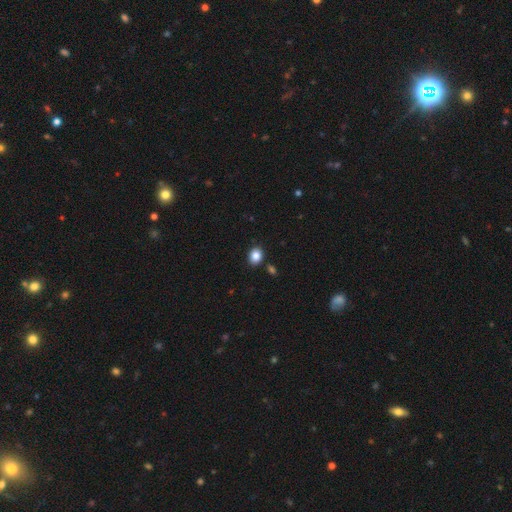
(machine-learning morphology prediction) smooth-or-featured: smooth: 86% | star or artifact: 10% | featured or disk: 4%
  how-rounded: round: 52% | in between: 47% | cigar-shaped: 1%
  merging: none: 85% | minor disturbance: 9% | merger: 4% | major disturbance: 2%